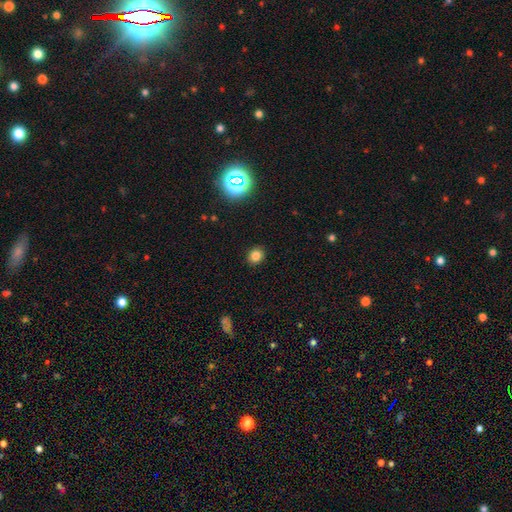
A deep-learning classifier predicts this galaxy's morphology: Overall: smooth (81%). How rounded: round (69%; in between 30%). Merging: none (90%).